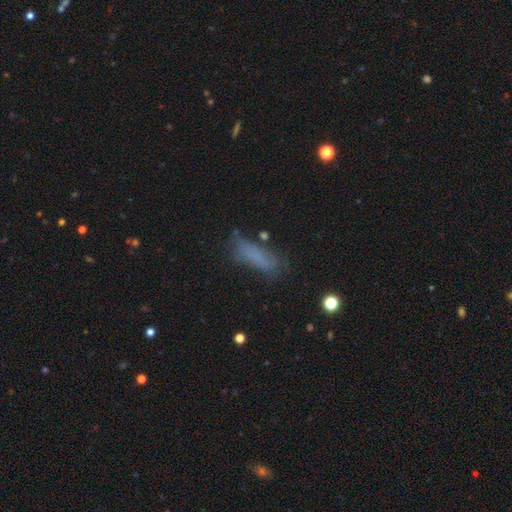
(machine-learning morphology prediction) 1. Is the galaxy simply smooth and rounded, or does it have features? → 72% smooth, 15% featured or disk, 13% star or artifact.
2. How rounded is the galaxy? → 53% cigar-shaped, 45% in between, 3% round.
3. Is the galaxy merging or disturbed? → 63% none, 22% minor disturbance, 11% major disturbance, 4% merger.